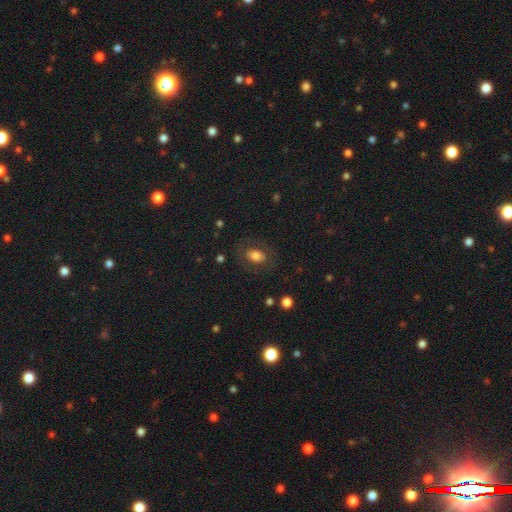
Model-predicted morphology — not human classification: The model was most divided on "smooth or featured": smooth: 70%, featured or disk: 21%, star or artifact: 9%. More confident: merging — none (79%); how rounded — in between (75%).